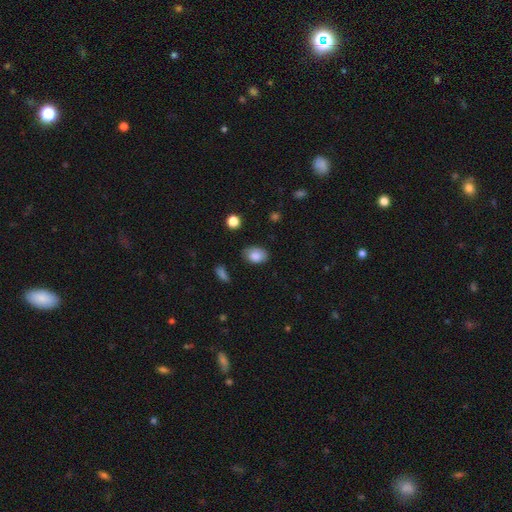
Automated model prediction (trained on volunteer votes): Smooth or featured? Predicted: smooth (p=0.86). How rounded? Predicted: in between (p=0.82). Merging? Predicted: none (p=0.76).